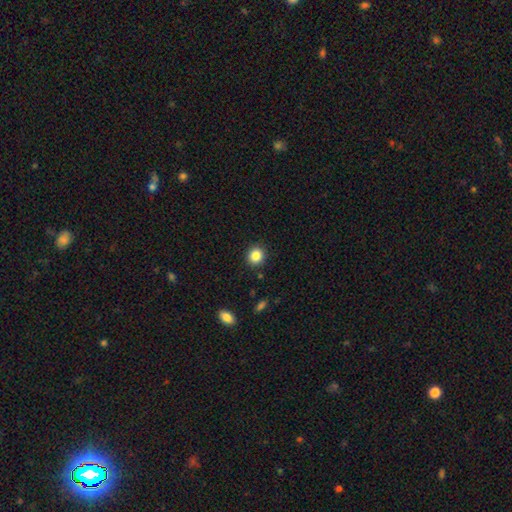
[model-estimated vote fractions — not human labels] Morphology: type=smooth (85%); roundness=round (85%); merging=none (90%).